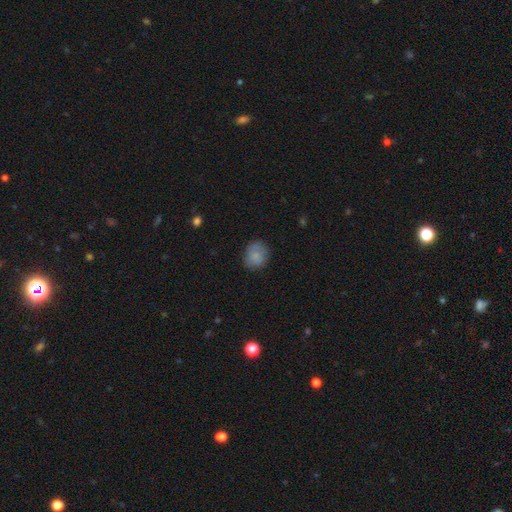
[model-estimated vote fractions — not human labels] smooth_or_featured: smooth (p=0.80) [alt: featured or disk p=0.12]
how_rounded: round (p=0.67) [alt: in between p=0.32]
merging: none (p=0.75) [alt: minor disturbance p=0.18]